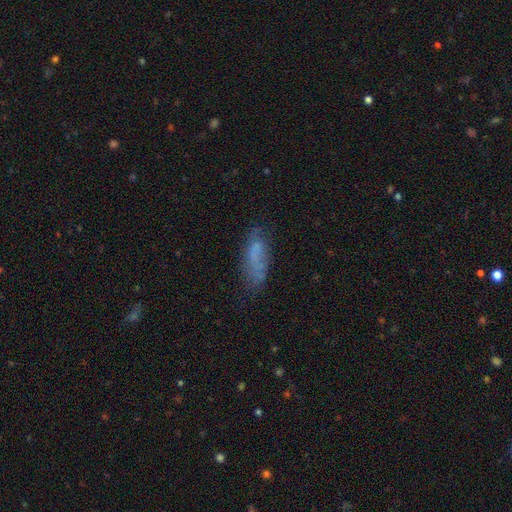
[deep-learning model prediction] Q: Smooth or featured?
A: smooth (60%); runner-up: featured or disk (29%)
Q: How rounded?
A: in between (61%); runner-up: cigar-shaped (36%)
Q: Merging?
A: none (52%); runner-up: minor disturbance (28%)